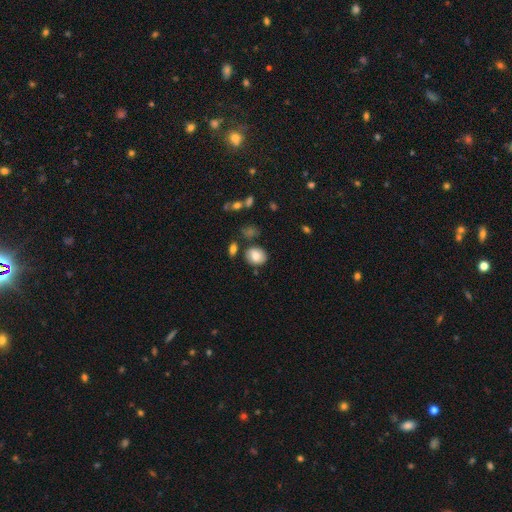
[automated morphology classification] smooth-or-featured: smooth: 79% | featured or disk: 12% | star or artifact: 9%
  how-rounded: round: 58% | in between: 41% | cigar-shaped: 1%
  merging: none: 75% | minor disturbance: 15% | merger: 7% | major disturbance: 4%